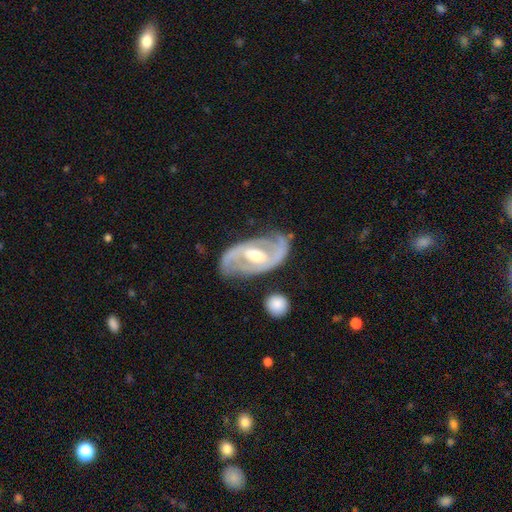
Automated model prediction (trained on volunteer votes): A featured or disk galaxy (89%) with a weak bar (45%), 2 (86%) medium (49%) spiral arms (94%) and a moderate central bulge (70%). Merging: none (72%).